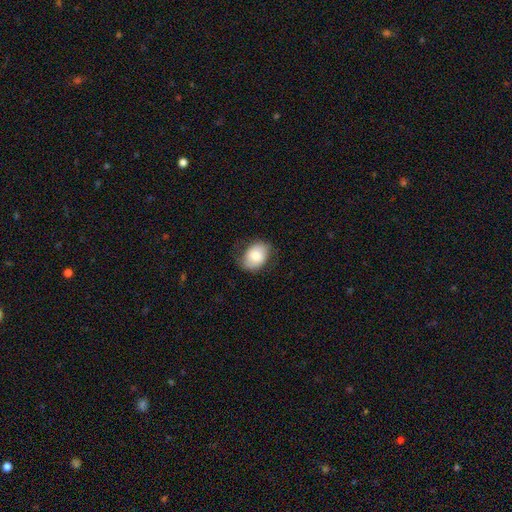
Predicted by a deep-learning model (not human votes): This is likely a smooth galaxy (77%). How rounded: likely in between (75%). Merging: likely none (68%).